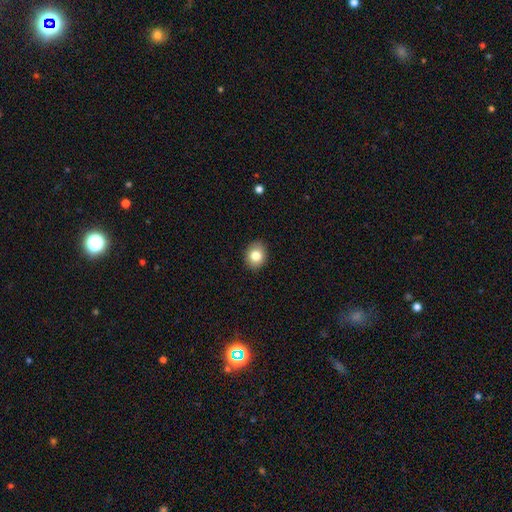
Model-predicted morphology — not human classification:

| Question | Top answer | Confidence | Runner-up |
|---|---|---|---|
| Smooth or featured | smooth | 81% | featured or disk (10%) |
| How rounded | round | 52% | in between (47%) |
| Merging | none | 90% | minor disturbance (8%) |